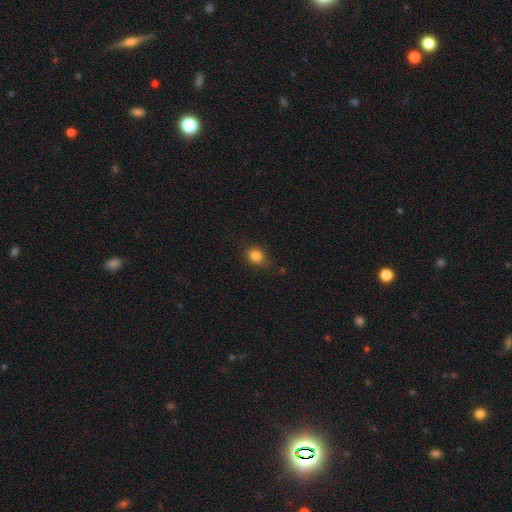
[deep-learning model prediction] Smooth or featured?
  - smooth: 83% *
  - star or artifact: 11%
  - featured or disk: 5%
How rounded?
  - round: 62% *
  - in between: 36%
  - cigar-shaped: 1%
Merging?
  - none: 76% *
  - minor disturbance: 18%
  - major disturbance: 4%
  - merger: 1%